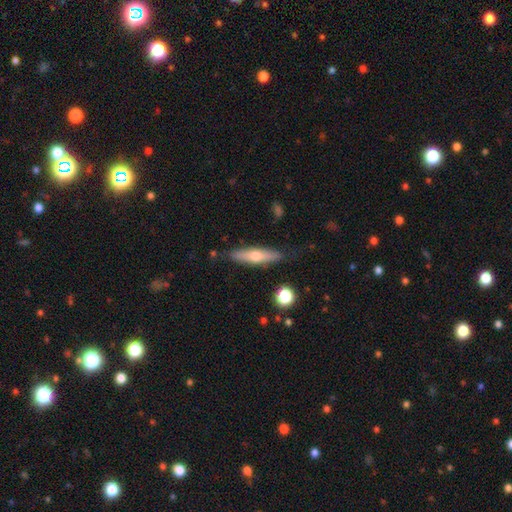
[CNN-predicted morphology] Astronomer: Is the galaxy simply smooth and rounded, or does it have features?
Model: smooth — 48% (runner-up: featured or disk, 46%).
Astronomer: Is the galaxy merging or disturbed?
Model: none — 83%.